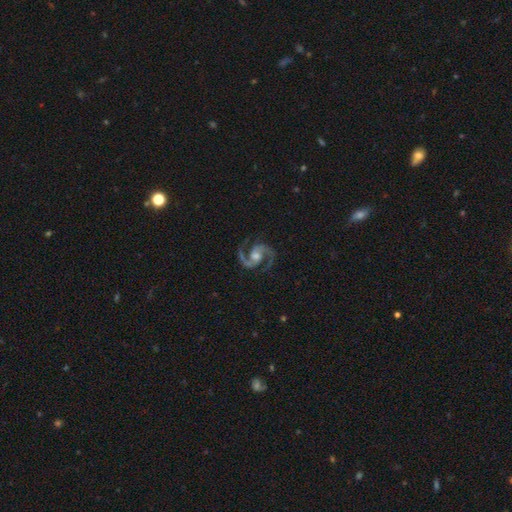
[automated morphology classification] smooth_or_featured: featured or disk (p=0.94) [alt: star or artifact p=0.04]
disk_edge_on: no (p=0.98) [alt: yes p=0.02]
bar: no (p=0.46) [alt: weak p=0.39]
has_spiral_arms: yes (p=0.99) [alt: no p=0.01]
spiral_winding: medium (p=0.70) [alt: tight p=0.17]
spiral_arm_count: 2 (p=0.95) [alt: 3 p=0.01]
bulge_size: moderate (p=0.59) [alt: small p=0.22]
merging: none (p=0.84) [alt: minor disturbance p=0.11]